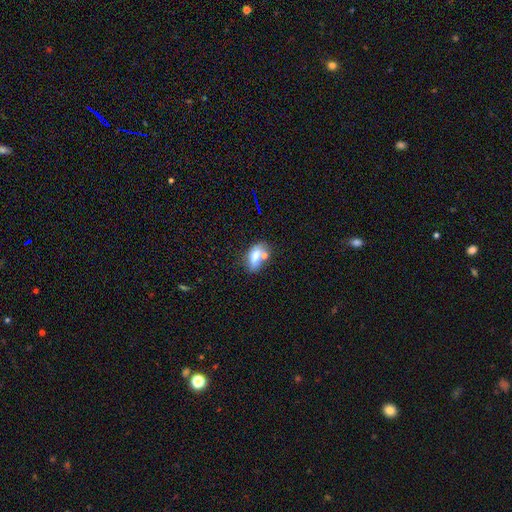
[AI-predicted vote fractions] Smooth or featured? smooth (70%)
How rounded? in between (84%)
Merging? none (44%)